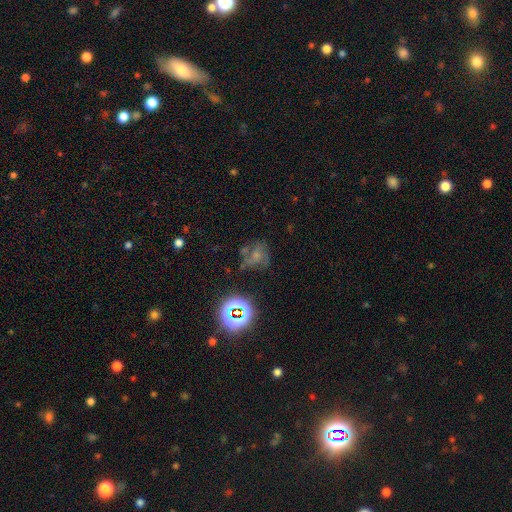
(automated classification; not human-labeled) Smooth or featured? Predicted: smooth (p=0.41). Merging? Predicted: none (p=0.46).